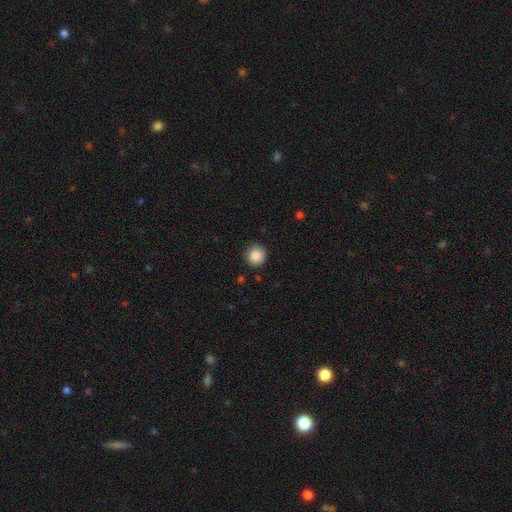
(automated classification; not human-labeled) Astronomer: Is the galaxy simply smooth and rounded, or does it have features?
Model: smooth — 87%.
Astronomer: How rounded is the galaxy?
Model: round — 94%.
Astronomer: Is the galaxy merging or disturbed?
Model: none — 89%.